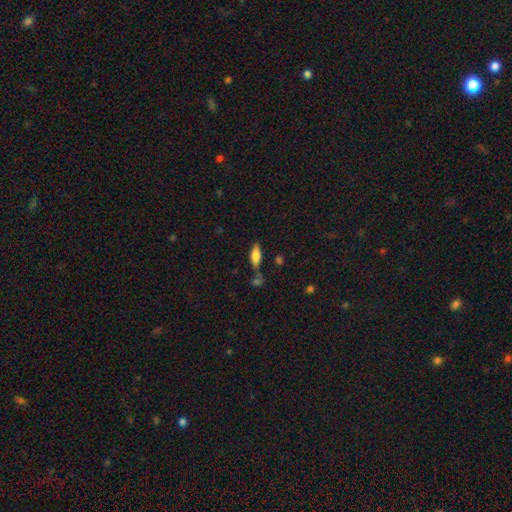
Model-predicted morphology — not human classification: Q: Smooth or featured?
A: smooth (69%); runner-up: featured or disk (23%)
Q: How rounded?
A: in between (66%); runner-up: cigar-shaped (31%)
Q: Merging?
A: none (62%); runner-up: minor disturbance (18%)